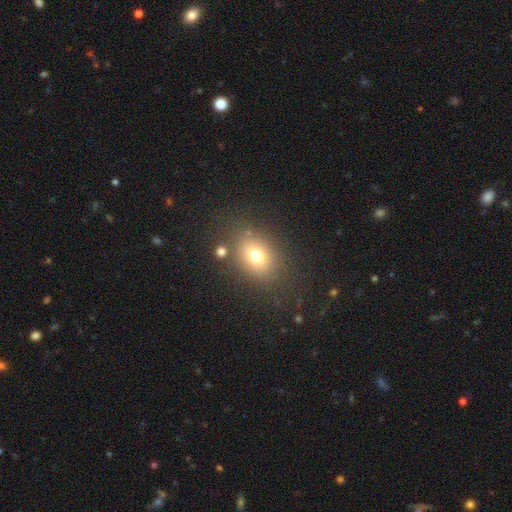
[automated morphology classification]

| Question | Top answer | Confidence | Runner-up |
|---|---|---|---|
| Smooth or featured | smooth | 72% | star or artifact (15%) |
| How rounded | in between | 56% | round (43%) |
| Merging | none | 78% | minor disturbance (12%) |